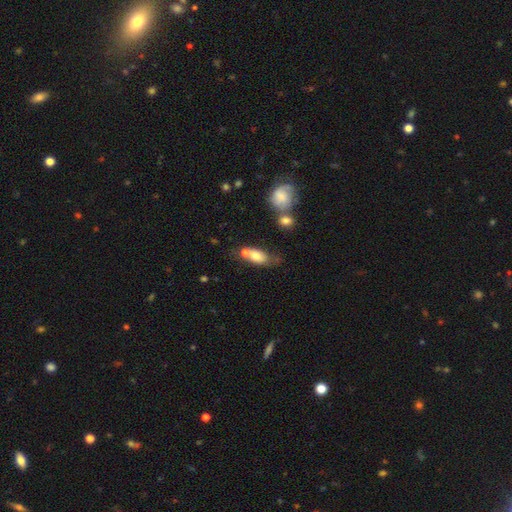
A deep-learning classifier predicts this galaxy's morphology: Smooth or featured? Predicted: smooth (p=0.72). How rounded? Predicted: in between (p=0.79). Merging? Predicted: none (p=0.40).